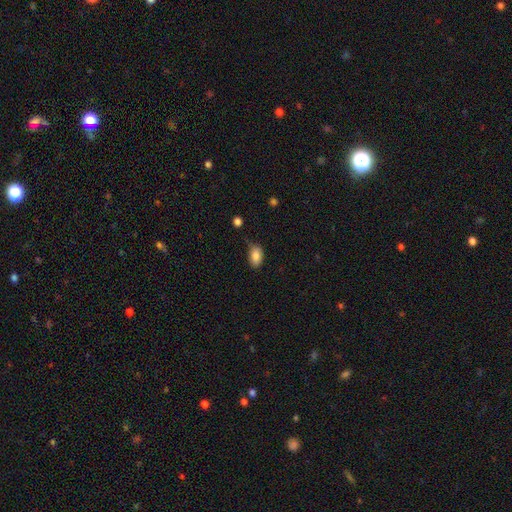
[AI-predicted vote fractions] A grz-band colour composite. It shows a smooth galaxy with no disk features (85%) that is in between round and cigar-shaped (90%). Merging: none (64%).